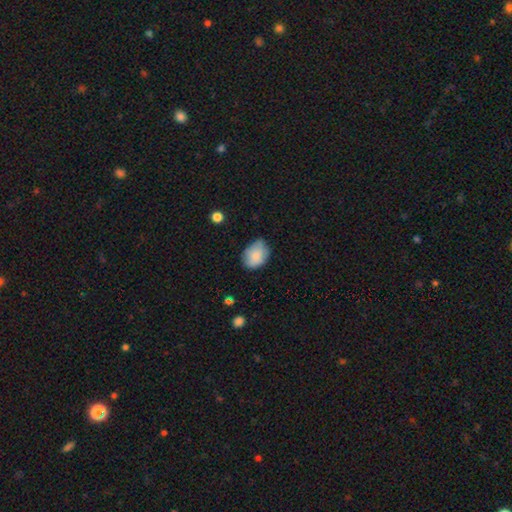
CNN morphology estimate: type=smooth (84%); roundness=in between (75%); merging=none (67%).